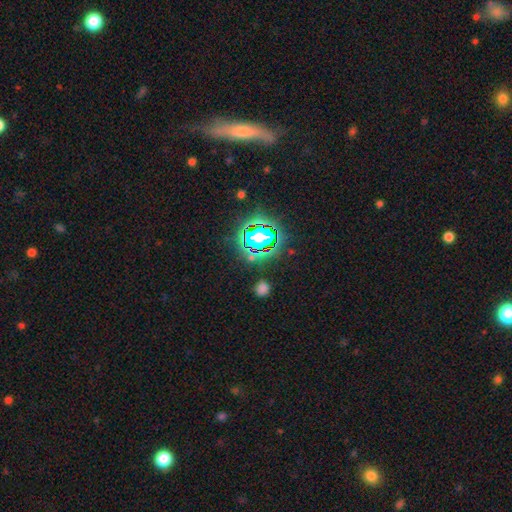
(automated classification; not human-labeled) smooth-or-featured: star or artifact: 62% | smooth: 27% | featured or disk: 10%